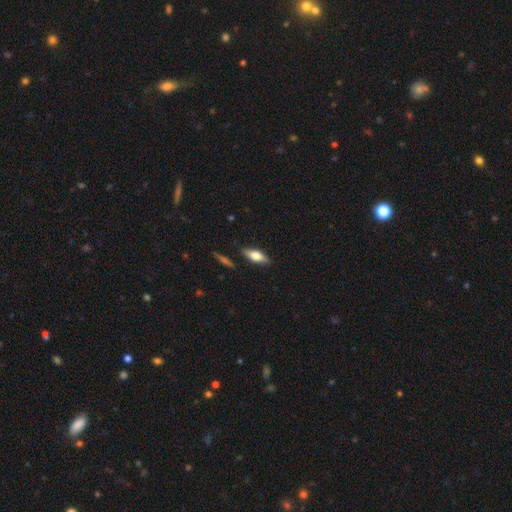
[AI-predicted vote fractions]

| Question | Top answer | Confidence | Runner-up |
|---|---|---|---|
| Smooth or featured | smooth | 62% | featured or disk (32%) |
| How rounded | in between | 68% | cigar-shaped (29%) |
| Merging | none | 85% | minor disturbance (11%) |